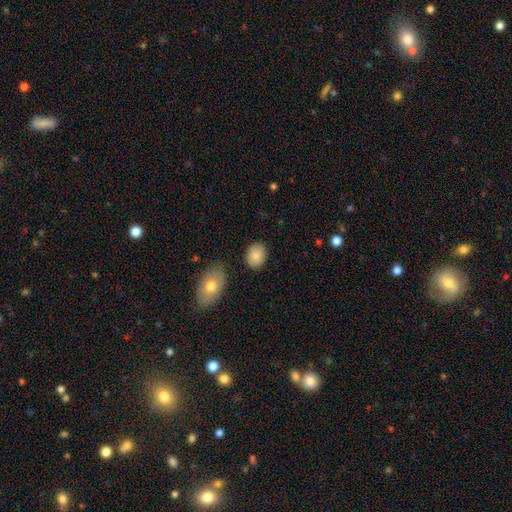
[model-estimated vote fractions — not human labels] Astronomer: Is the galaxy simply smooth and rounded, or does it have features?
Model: smooth — 84%.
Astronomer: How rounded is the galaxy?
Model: in between — 68%.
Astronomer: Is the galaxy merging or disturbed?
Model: none — 82%.